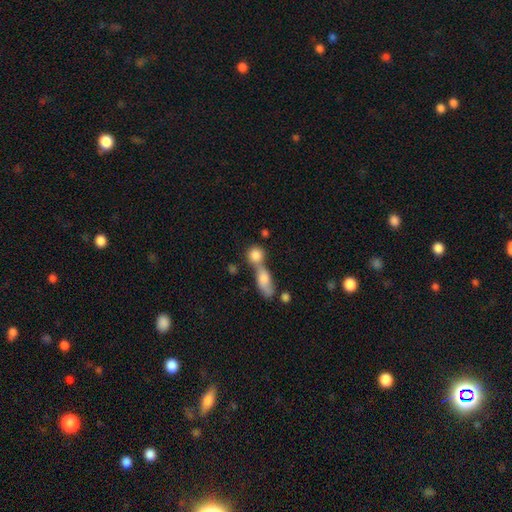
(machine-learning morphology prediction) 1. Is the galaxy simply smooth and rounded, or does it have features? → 81% smooth, 11% featured or disk, 8% star or artifact.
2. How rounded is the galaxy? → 75% round, 20% in between, 5% cigar-shaped.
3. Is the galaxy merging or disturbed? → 51% merger, 38% none, 7% minor disturbance, 4% major disturbance.